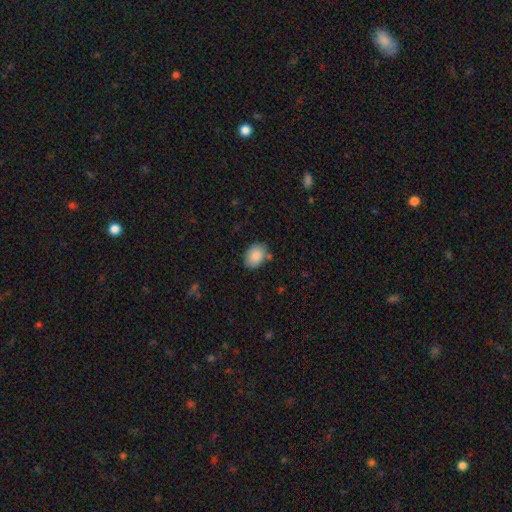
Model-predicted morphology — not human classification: This is clearly a smooth galaxy (88%). How rounded: likely in between (75%). Merging: likely none (76%).